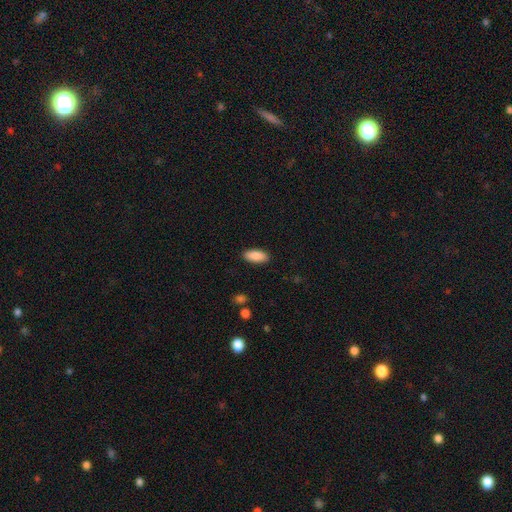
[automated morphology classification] Smooth or featured: smooth — 89% (star or artifact — 6%)
How rounded: in between — 88% (cigar-shaped — 10%)
Merging: none — 90% (minor disturbance — 7%)